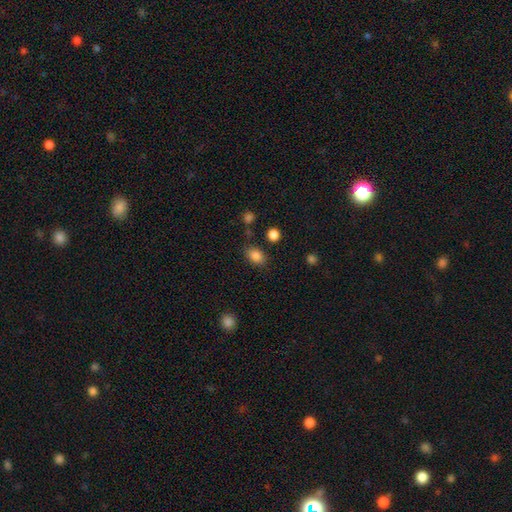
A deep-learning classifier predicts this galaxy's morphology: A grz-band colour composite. It shows a smooth galaxy with no disk features (85%) that is in between round and cigar-shaped (74%). Merging: none (79%).